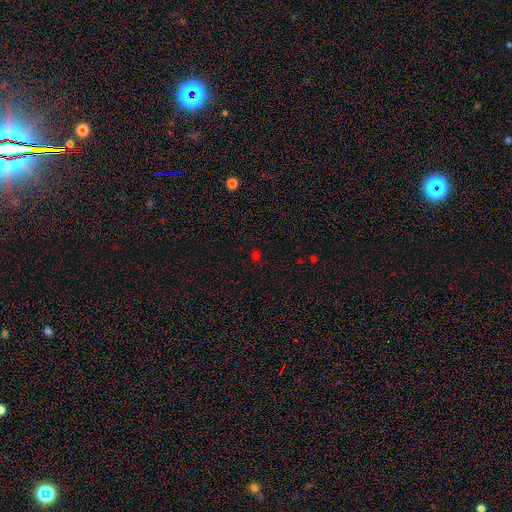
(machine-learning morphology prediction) A smooth galaxy with no disk features (56%) that is round (69%).

Vote fractions:
- Smooth or featured? smooth: 56% / star or artifact: 39% / featured or disk: 5%
- How rounded? round: 69% / in between: 29% / cigar-shaped: 2%
- Merging? none: 84% / minor disturbance: 10% / major disturbance: 4% / merger: 3%